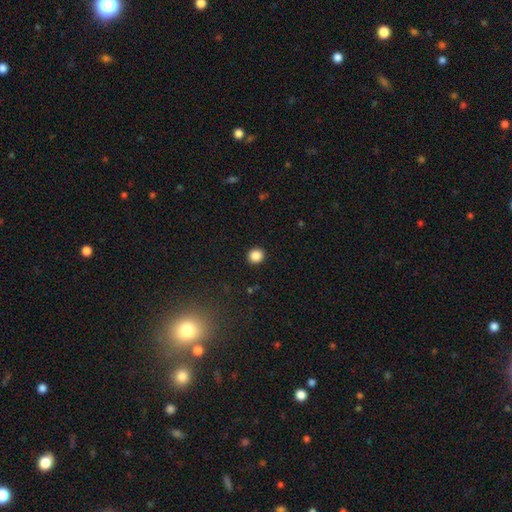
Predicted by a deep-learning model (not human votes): Smooth or featured? smooth (86%)
How rounded? round (88%)
Merging? none (92%)